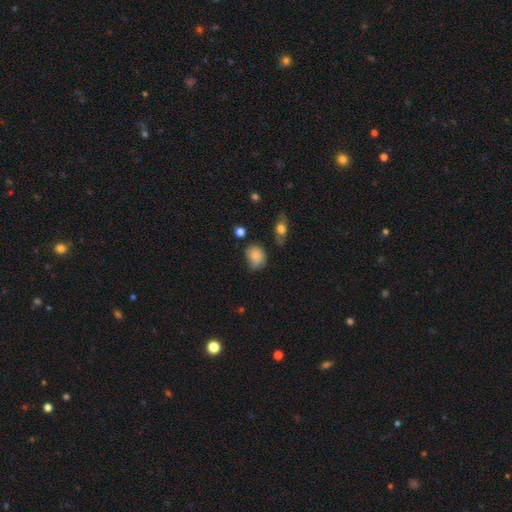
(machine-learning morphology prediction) smooth 80%, featured or disk 10%, star or artifact 10%. Down the decision tree: how rounded — in between (57%); merging — none (50%).